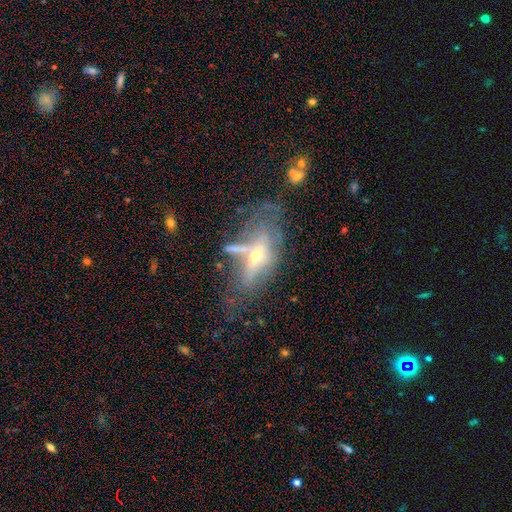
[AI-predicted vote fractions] A featured or disk galaxy (59%). Merging: none (37%).